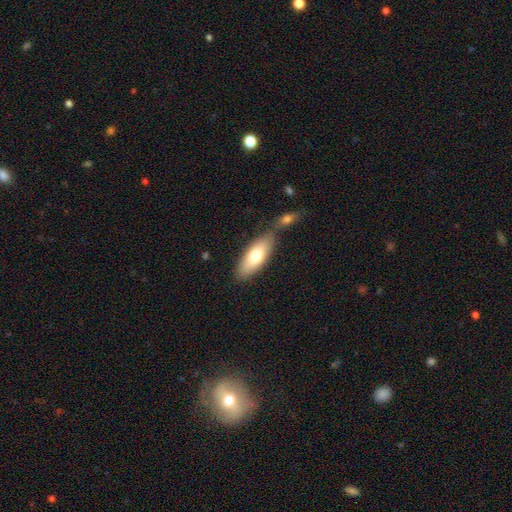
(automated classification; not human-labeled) Morphology: type=smooth (70%); roundness=in between (73%); merging=none (66%).